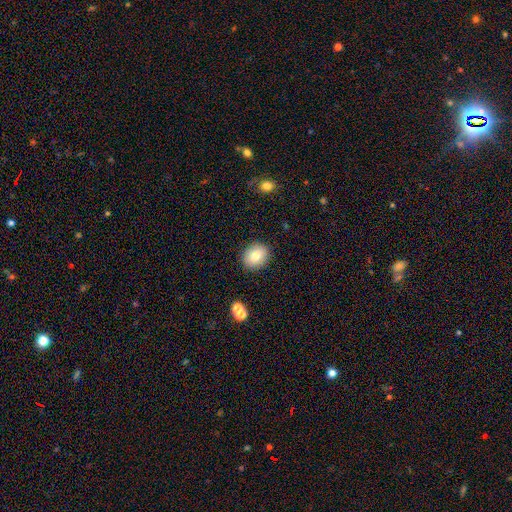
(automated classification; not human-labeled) Smooth or featured: smooth — 78% (featured or disk — 13%)
How rounded: round — 61% (in between — 38%)
Merging: none — 88% (minor disturbance — 8%)